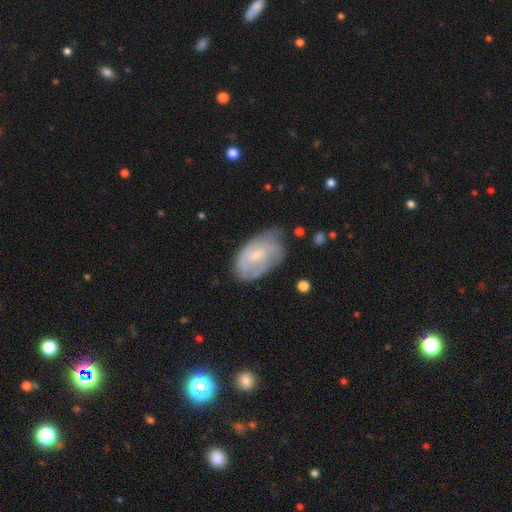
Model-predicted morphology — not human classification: A featured or disk galaxy (64%) with no bar (62%), spiral arms (77%) and a small central bulge (61%). Merging: none (55%).